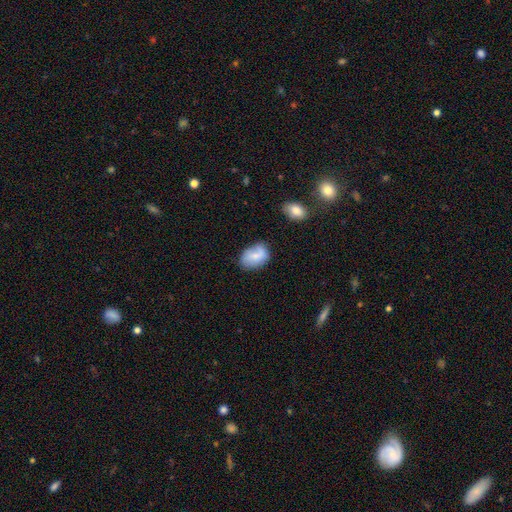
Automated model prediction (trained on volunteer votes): smooth 67%, featured or disk 25%, star or artifact 8%. Down the decision tree: how rounded — in between (84%); merging — none (61%).